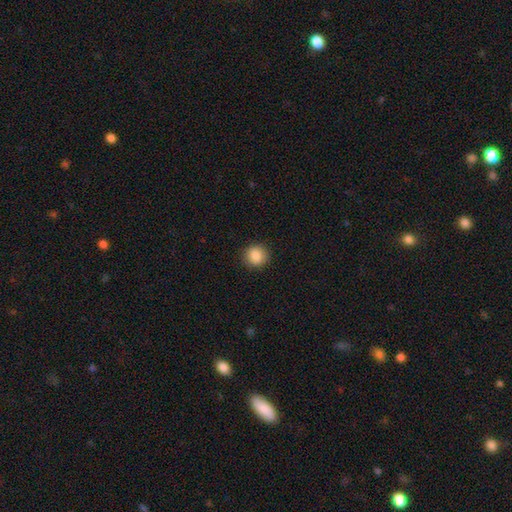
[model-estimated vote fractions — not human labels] This appears to be a smooth galaxy with no disk features (88%) that is round (88%). Merging: none (90%).